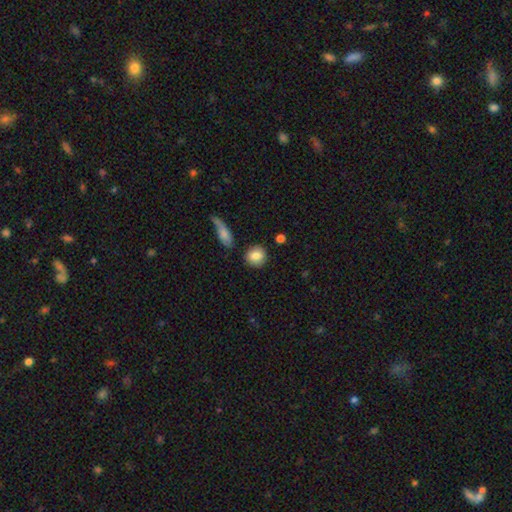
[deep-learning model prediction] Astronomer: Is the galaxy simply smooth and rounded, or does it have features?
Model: smooth — 84%.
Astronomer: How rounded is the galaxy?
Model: round — 81%.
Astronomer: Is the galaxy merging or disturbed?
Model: none — 82%.